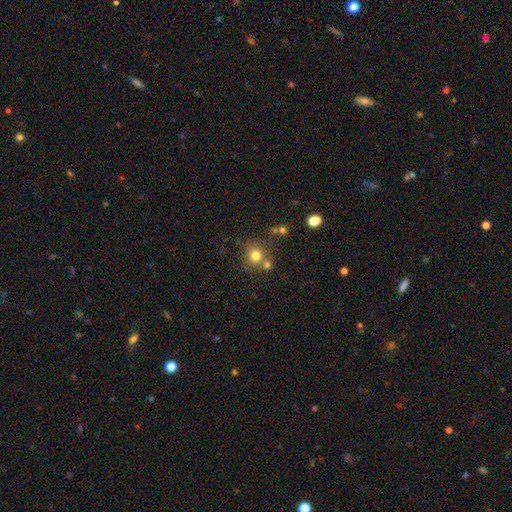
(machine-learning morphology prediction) A smooth galaxy with no disk features (76%) that is round (88%). Merging: none (65%).